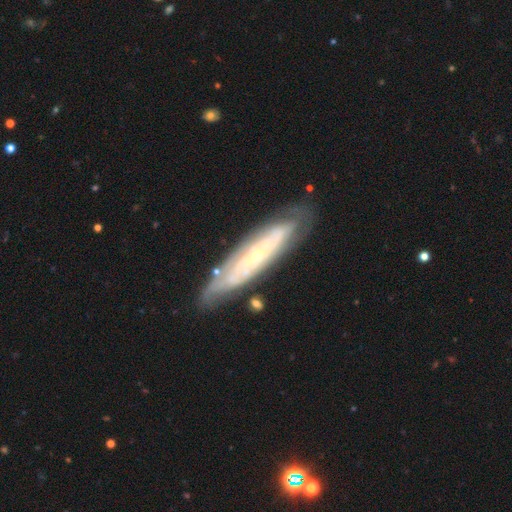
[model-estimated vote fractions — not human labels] Smooth or featured? featured or disk (74%)
Edge-on disk? no (67%)
Merging? none (77%)